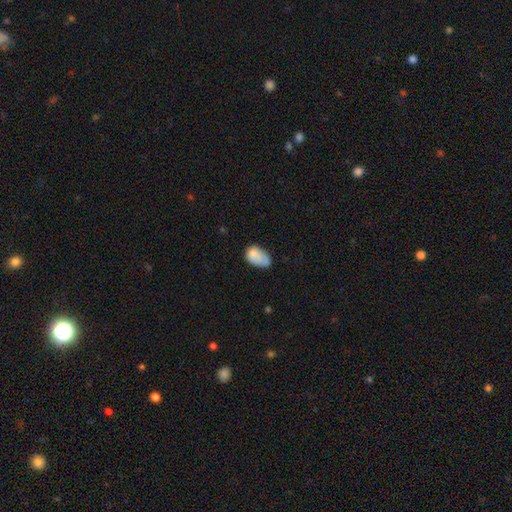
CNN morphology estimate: Smooth or featured: smooth — 76% (featured or disk — 15%)
How rounded: in between — 89% (round — 10%)
Merging: none — 39% (minor disturbance — 36%)